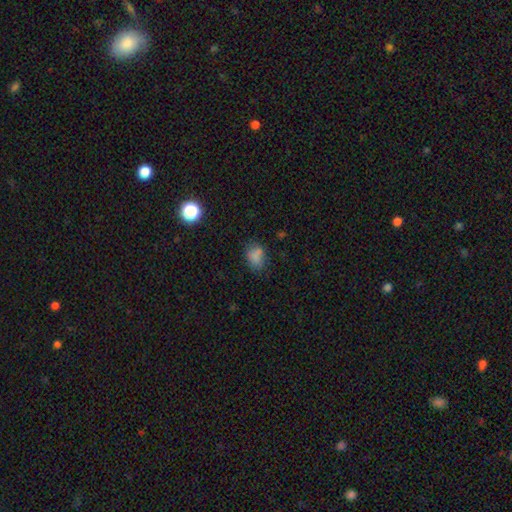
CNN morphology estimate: The model was most divided on "how rounded": in between: 65%, round: 33%, cigar-shaped: 1%. More confident: smooth or featured — smooth (77%); merging — none (62%).